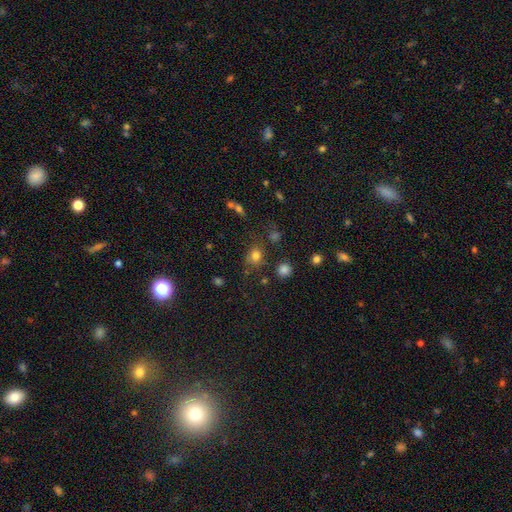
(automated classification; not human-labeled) smooth-or-featured: smooth: 76% | star or artifact: 17% | featured or disk: 7%
  how-rounded: round: 72% | in between: 27% | cigar-shaped: 1%
  merging: none: 73% | minor disturbance: 14% | merger: 7% | major disturbance: 6%